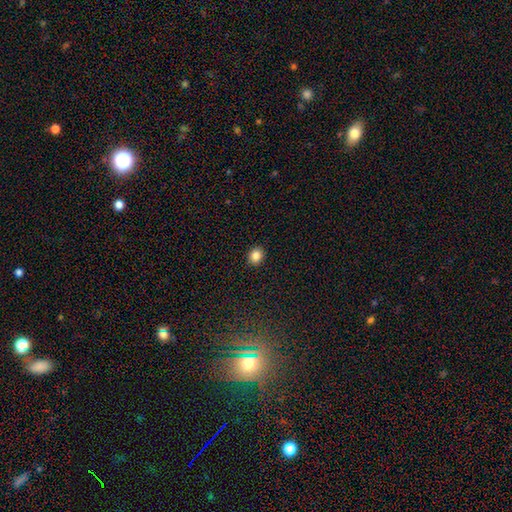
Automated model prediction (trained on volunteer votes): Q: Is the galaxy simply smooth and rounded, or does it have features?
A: smooth — 85%.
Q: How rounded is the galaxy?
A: round — 67%.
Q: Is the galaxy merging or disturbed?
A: none — 91%.